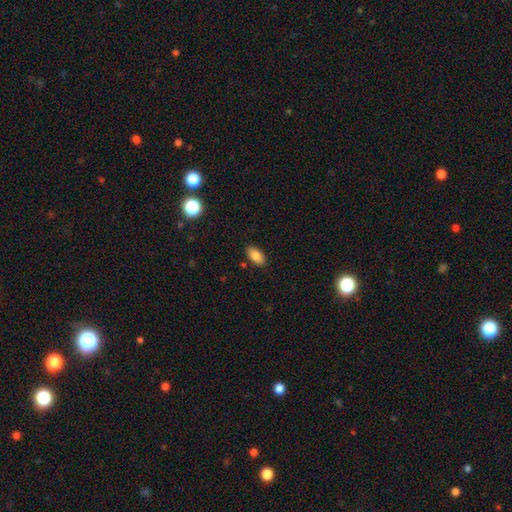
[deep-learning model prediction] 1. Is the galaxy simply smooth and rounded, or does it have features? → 86% smooth, 8% star or artifact, 7% featured or disk.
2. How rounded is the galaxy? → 92% in between, 5% cigar-shaped, 3% round.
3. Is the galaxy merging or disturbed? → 87% none, 9% minor disturbance, 2% major disturbance, 2% merger.